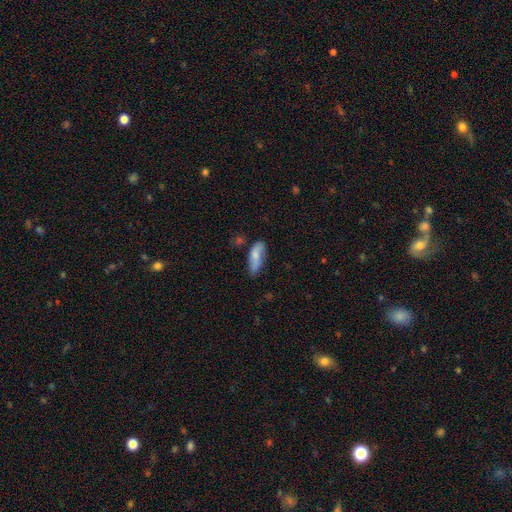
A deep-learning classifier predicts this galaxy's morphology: A smooth galaxy with no disk features (72%) that is in between round and cigar-shaped (69%).

Vote fractions:
- Smooth or featured? smooth: 72% / featured or disk: 21% / star or artifact: 6%
- How rounded? in between: 69% / cigar-shaped: 29% / round: 2%
- Merging? none: 62% / minor disturbance: 27% / major disturbance: 7% / merger: 4%